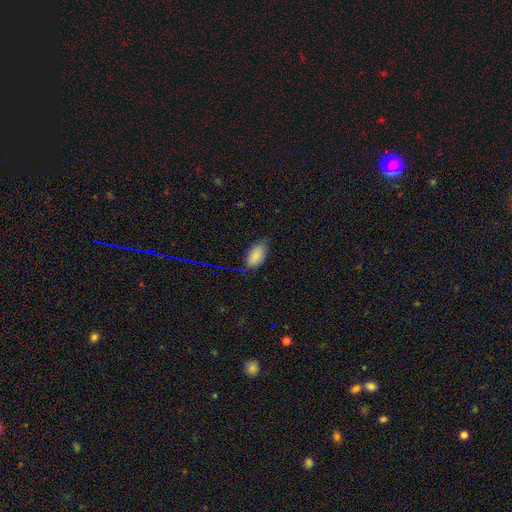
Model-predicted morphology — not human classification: Smooth or featured? Predicted: smooth (p=0.84). How rounded? Predicted: in between (p=0.93). Merging? Predicted: none (p=0.63).